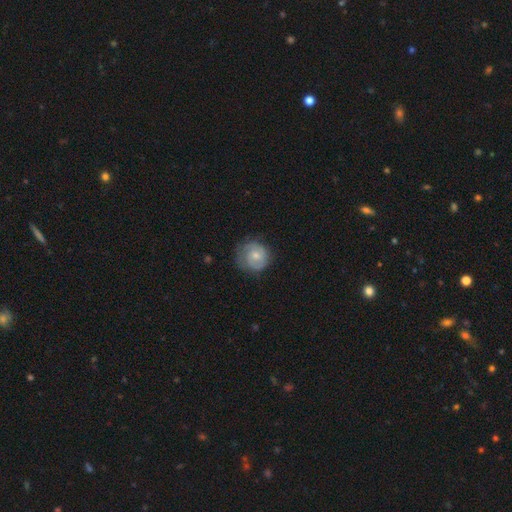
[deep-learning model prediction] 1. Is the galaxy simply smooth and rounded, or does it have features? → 49% smooth, 44% featured or disk, 6% star or artifact.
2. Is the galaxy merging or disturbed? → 63% none, 25% minor disturbance, 10% major disturbance, 1% merger.